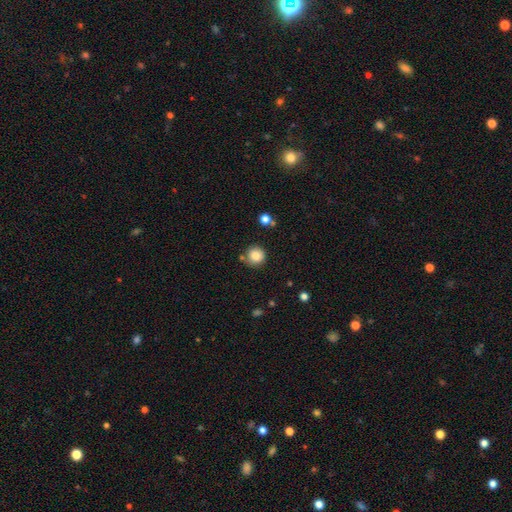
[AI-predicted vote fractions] smooth_or_featured: smooth (p=0.84) [alt: star or artifact p=0.10]
how_rounded: round (p=0.92) [alt: in between p=0.07]
merging: none (p=0.77) [alt: minor disturbance p=0.12]